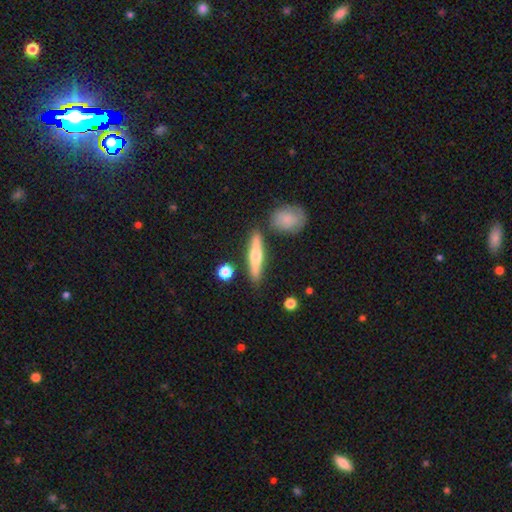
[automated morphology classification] This is possibly a featured or disk galaxy (51%). It is clearly viewed edge-on (94%). Merging: clearly none (82%).